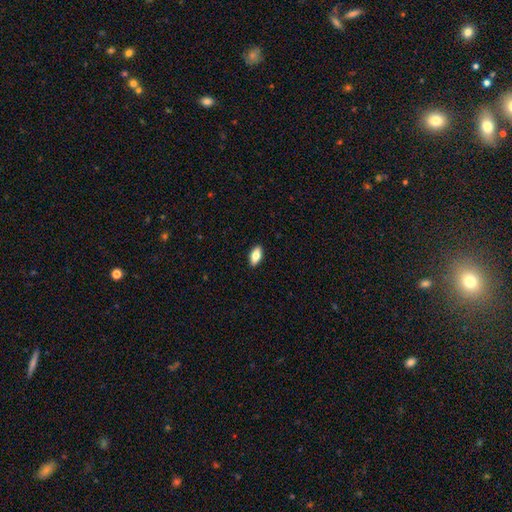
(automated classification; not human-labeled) Smooth or featured?
  - smooth: 79% *
  - featured or disk: 14%
  - star or artifact: 7%
How rounded?
  - in between: 89% *
  - cigar-shaped: 9%
  - round: 3%
Merging?
  - none: 90% *
  - minor disturbance: 7%
  - major disturbance: 2%
  - merger: 1%